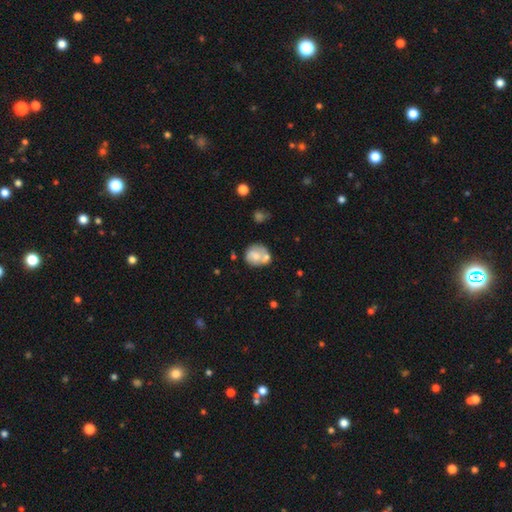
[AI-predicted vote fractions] The model was most divided on "merging": none: 41%, merger: 33%, minor disturbance: 18%, major disturbance: 8%. More confident: how rounded — round (71%); smooth or featured — smooth (58%).